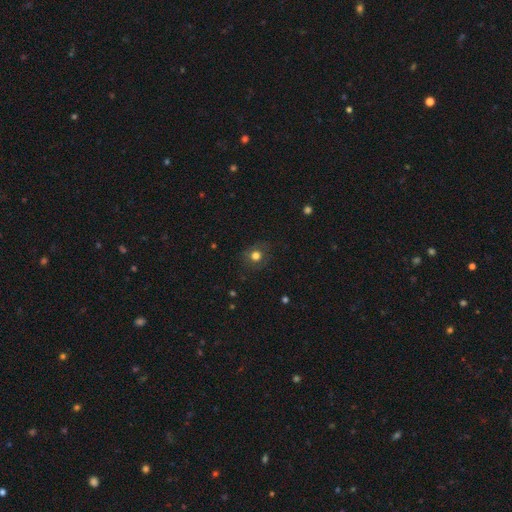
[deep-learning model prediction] A smooth galaxy with no disk features (71%) that is round (84%). Merging: none (81%).